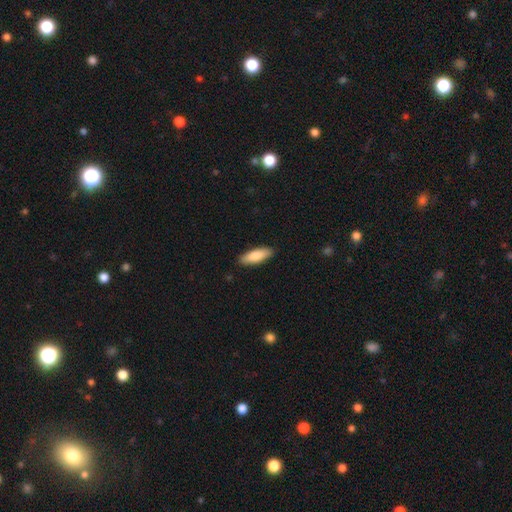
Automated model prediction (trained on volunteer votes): Smooth or featured: smooth — 81% (featured or disk — 14%)
How rounded: in between — 60% (cigar-shaped — 38%)
Merging: none — 90% (minor disturbance — 8%)